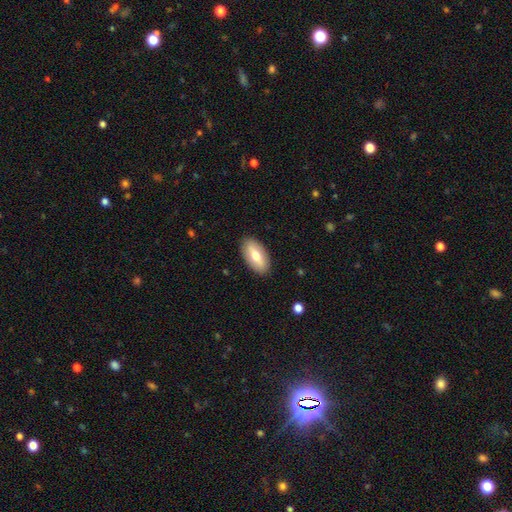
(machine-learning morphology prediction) Overall: smooth (64%; featured or disk 31%). How rounded: in between (91%). Merging: none (88%).